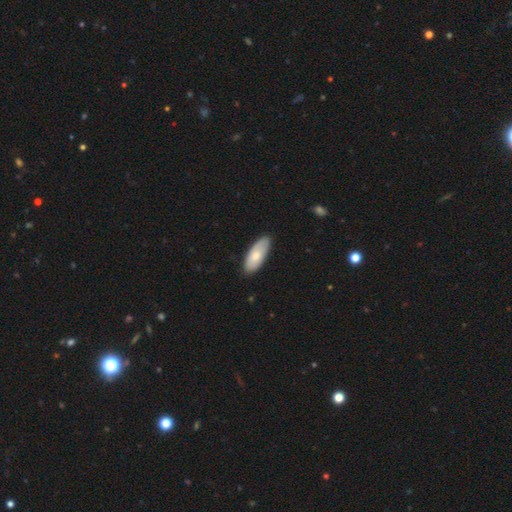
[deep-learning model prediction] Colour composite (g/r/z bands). It shows a smooth galaxy with no disk features (74%) that is in between round and cigar-shaped (83%). Merging: none (82%).